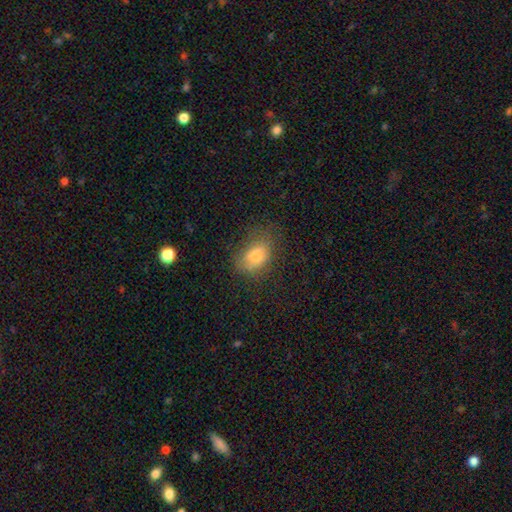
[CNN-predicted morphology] Smooth or featured?
  - smooth: 76% *
  - featured or disk: 14%
  - star or artifact: 11%
How rounded?
  - in between: 79% *
  - round: 19%
  - cigar-shaped: 2%
Merging?
  - none: 56% *
  - minor disturbance: 26%
  - major disturbance: 15%
  - merger: 2%